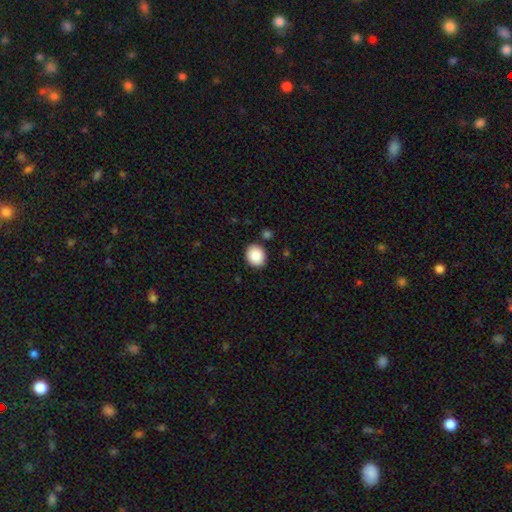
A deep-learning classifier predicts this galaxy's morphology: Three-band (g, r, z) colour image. It shows a smooth galaxy with no disk features (88%) that is round (63%). Merging: none (87%).